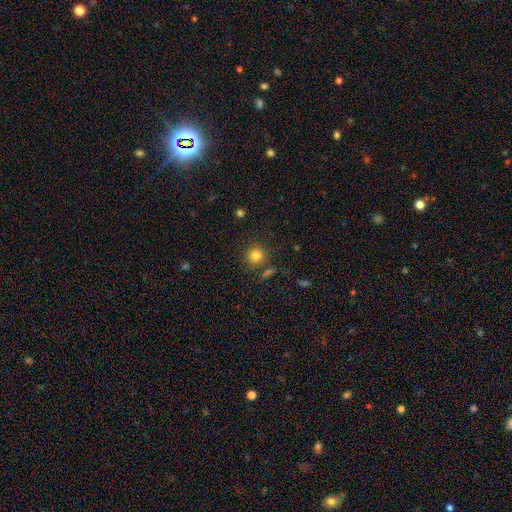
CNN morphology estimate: type=smooth (82%); roundness=round (91%); merging=none (82%).